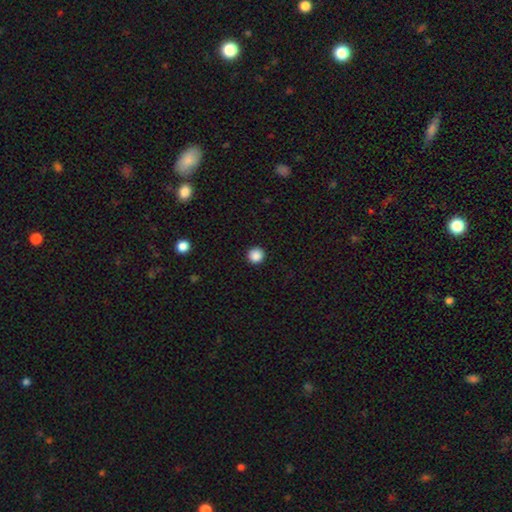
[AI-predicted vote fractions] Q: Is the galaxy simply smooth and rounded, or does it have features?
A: smooth — 88%.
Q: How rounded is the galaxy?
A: round — 96%.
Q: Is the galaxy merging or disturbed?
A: none — 93%.